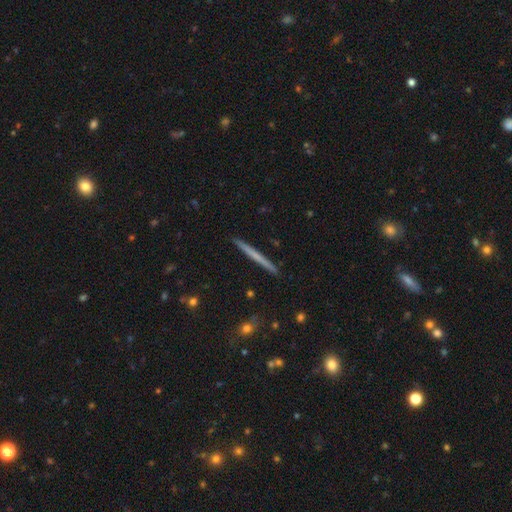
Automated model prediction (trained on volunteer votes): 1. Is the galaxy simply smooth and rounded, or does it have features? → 50% smooth, 44% featured or disk, 6% star or artifact.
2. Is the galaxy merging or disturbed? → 92% none, 6% minor disturbance, 1% merger, 1% major disturbance.